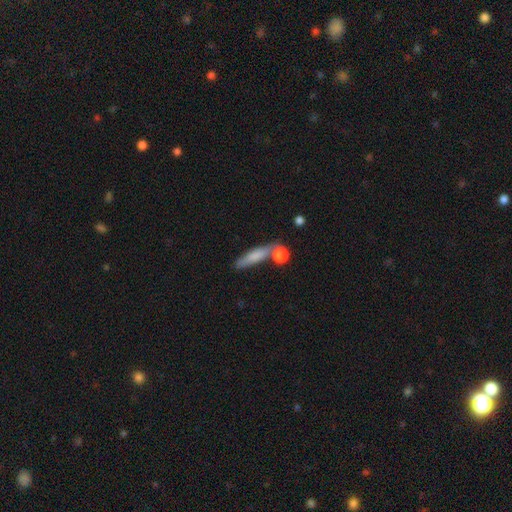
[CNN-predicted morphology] Smooth or featured? smooth (71%)
How rounded? cigar-shaped (72%)
Merging? none (64%)